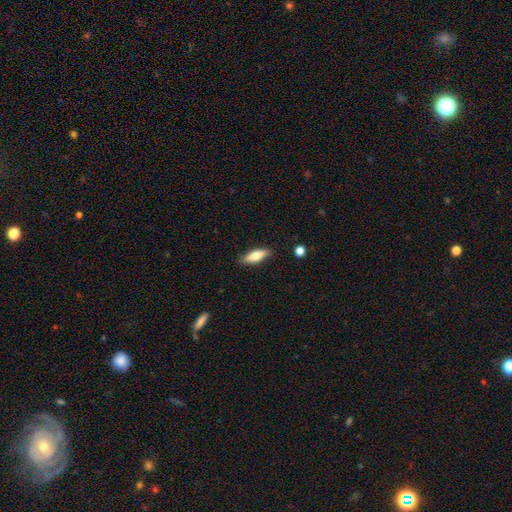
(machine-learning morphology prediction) smooth 72%, featured or disk 22%, star or artifact 6%. Down the decision tree: how rounded — in between (55%); merging — none (85%).